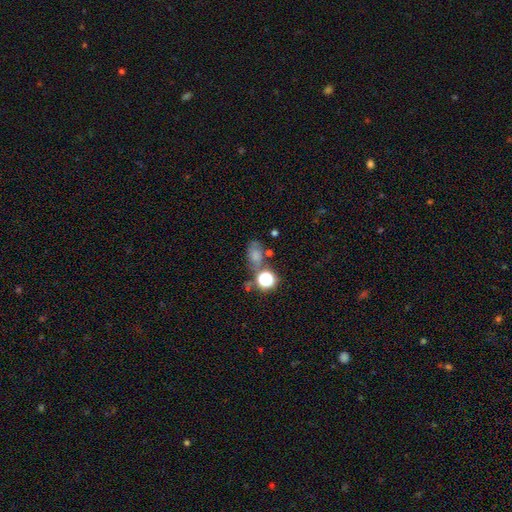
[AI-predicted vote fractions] smooth_or_featured: smooth (p=0.63) [alt: star or artifact p=0.22]
how_rounded: in between (p=0.66) [alt: round p=0.31]
merging: none (p=0.50) [alt: merger p=0.20]